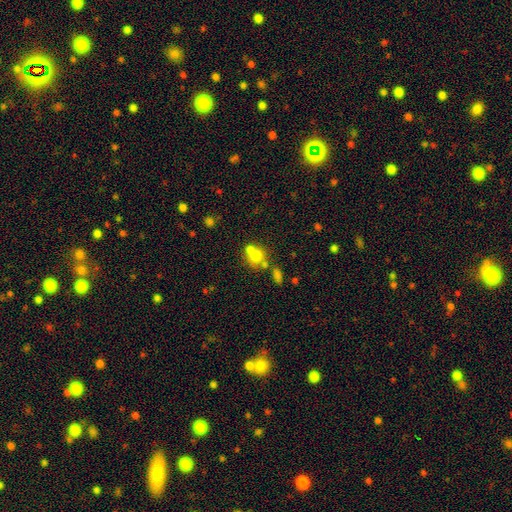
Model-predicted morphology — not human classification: smooth_or_featured: smooth (p=0.68) [alt: featured or disk p=0.19]
how_rounded: round (p=0.76) [alt: in between p=0.23]
merging: merger (p=0.47) [alt: none p=0.40]